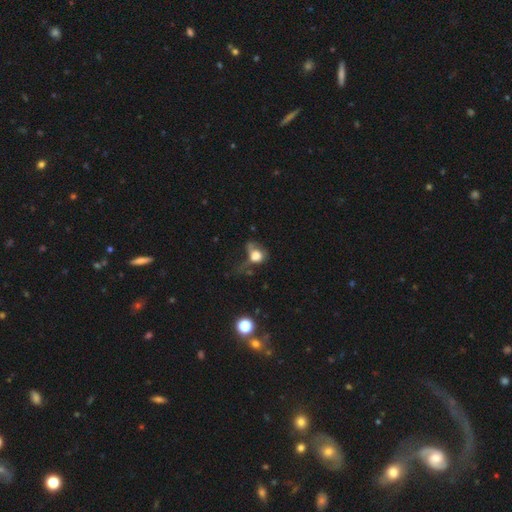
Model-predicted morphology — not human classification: This is likely a smooth galaxy (64%). How rounded: possibly round (57%). Merging: possibly major disturbance (51%).